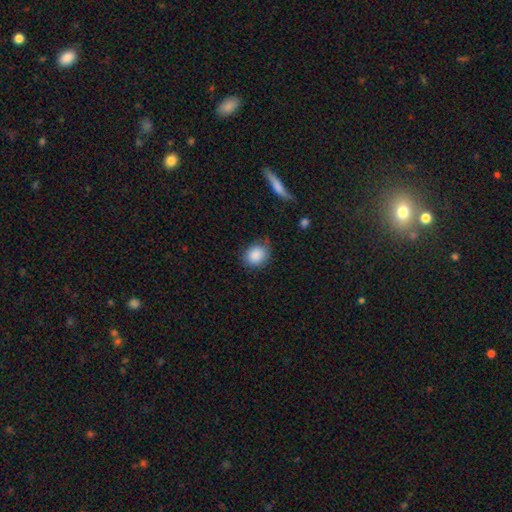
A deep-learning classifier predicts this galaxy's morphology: Overall: smooth (88%). How rounded: round (59%; in between 40%). Merging: none (73%).